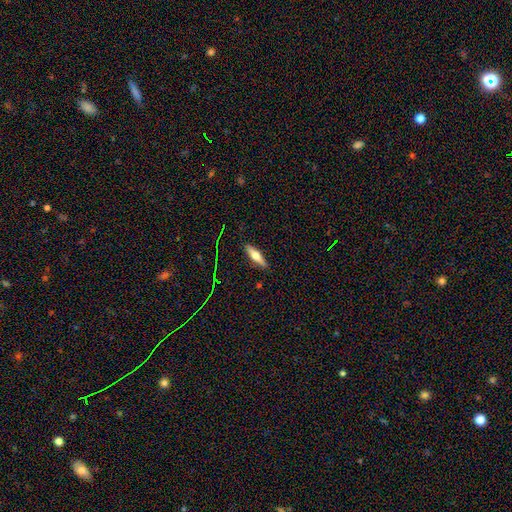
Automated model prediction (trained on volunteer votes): Overall: smooth (51%; featured or disk 41%). How rounded: cigar-shaped (67%; in between 30%). Merging: none (88%).